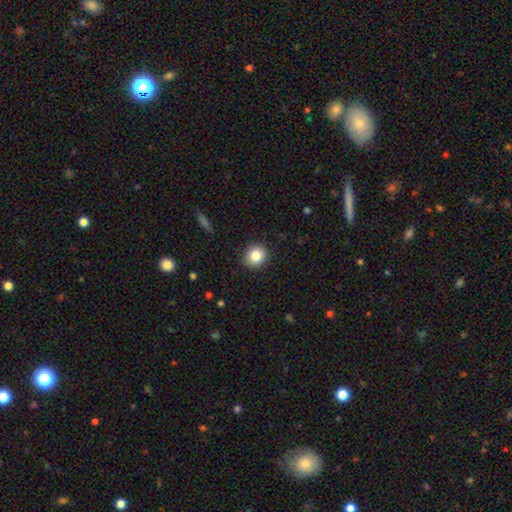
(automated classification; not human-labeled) Smooth or featured? Predicted: smooth (p=0.83). How rounded? Predicted: round (p=0.80). Merging? Predicted: none (p=0.90).